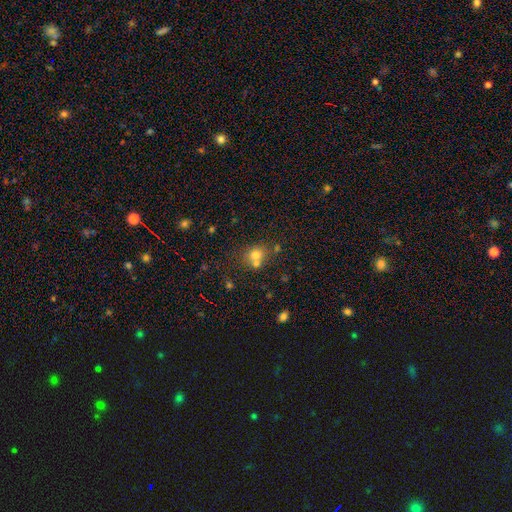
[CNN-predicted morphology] This is likely a smooth galaxy (70%). How rounded: likely round (69%). Merging: marginally none (45%).